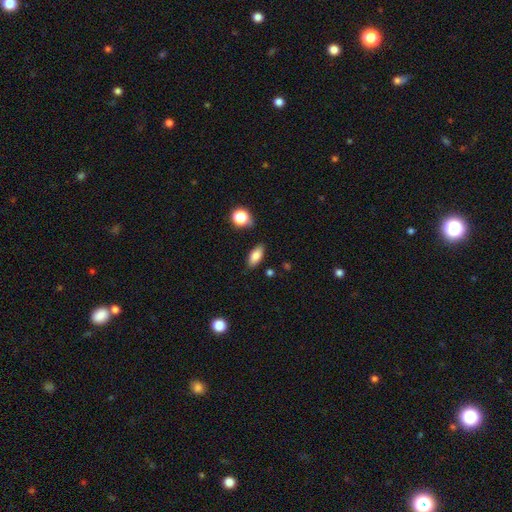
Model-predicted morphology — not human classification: Q: Smooth or featured?
A: smooth (81%); runner-up: featured or disk (11%)
Q: How rounded?
A: in between (86%); runner-up: cigar-shaped (10%)
Q: Merging?
A: none (82%); runner-up: minor disturbance (13%)